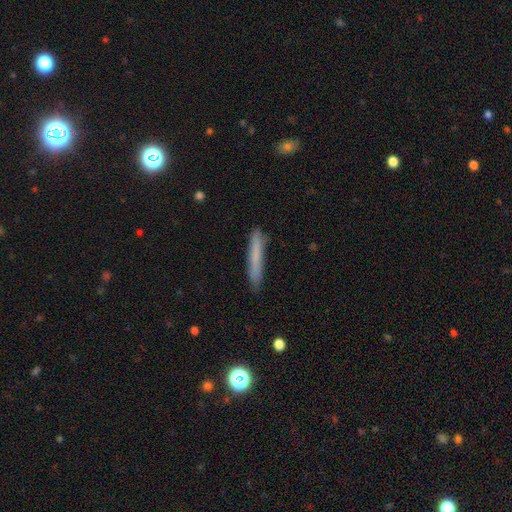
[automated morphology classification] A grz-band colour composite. It shows a smooth galaxy with no disk features (71%) that is cigar-shaped (96%). Merging: none (86%).